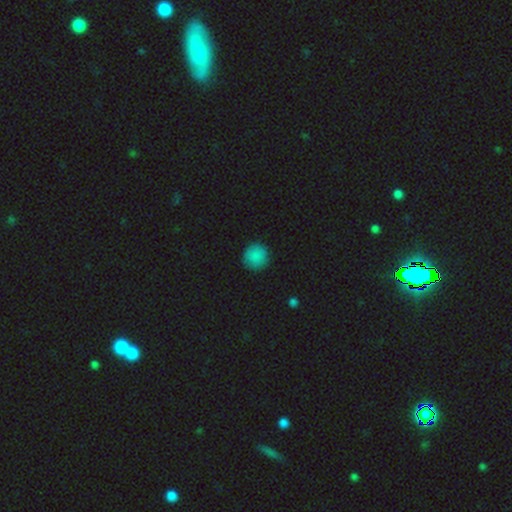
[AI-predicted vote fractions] A smooth galaxy with no disk features (87%) that is round (94%). Merging: none (90%).